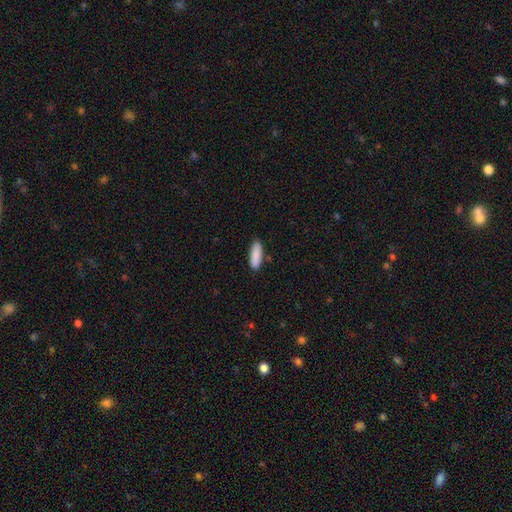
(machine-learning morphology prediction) This appears to be a smooth galaxy with no disk features (89%) that is in between round and cigar-shaped (58%). Merging: none (87%).